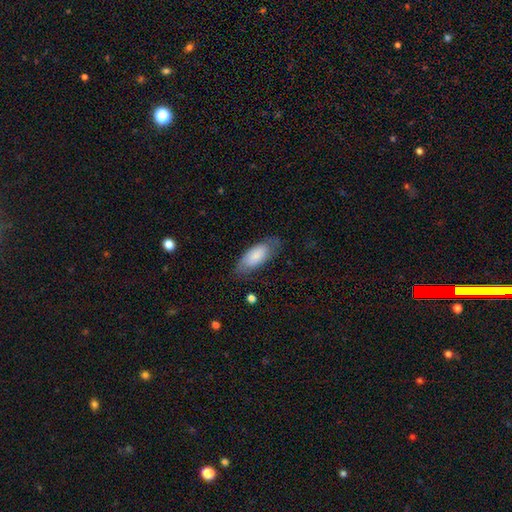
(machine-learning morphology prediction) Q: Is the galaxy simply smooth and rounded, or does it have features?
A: smooth — 77%.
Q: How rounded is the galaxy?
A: in between — 84%.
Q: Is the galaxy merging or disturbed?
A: none — 68%.